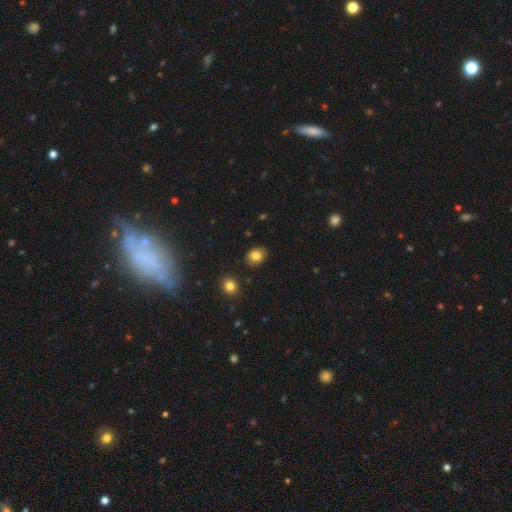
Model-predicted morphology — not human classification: smooth 81%, star or artifact 10%, featured or disk 9%. Down the decision tree: how rounded — in between (50%); merging — none (86%).